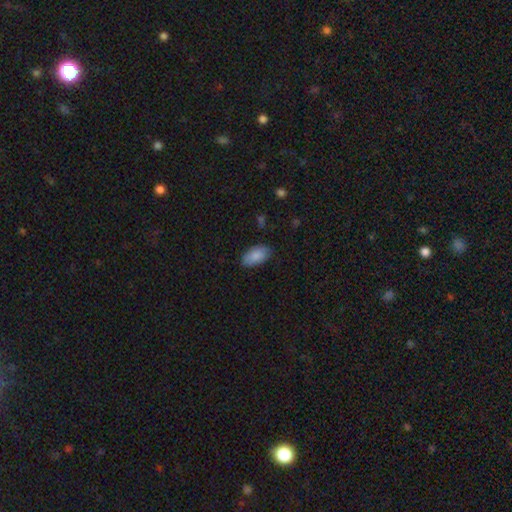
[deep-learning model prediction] Smooth or featured?
  - smooth: 87% *
  - featured or disk: 7%
  - star or artifact: 6%
How rounded?
  - in between: 94% *
  - round: 3%
  - cigar-shaped: 2%
Merging?
  - none: 81% *
  - minor disturbance: 15%
  - major disturbance: 3%
  - merger: 1%